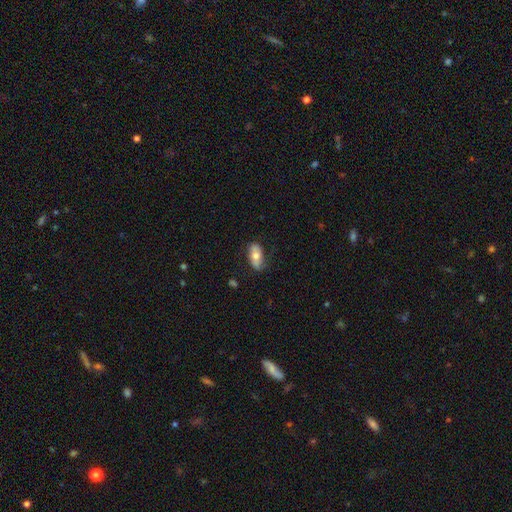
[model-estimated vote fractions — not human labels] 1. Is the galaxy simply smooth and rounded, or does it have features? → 58% smooth, 35% featured or disk, 6% star or artifact.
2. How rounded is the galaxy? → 90% in between, 5% round, 5% cigar-shaped.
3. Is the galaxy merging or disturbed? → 70% none, 22% minor disturbance, 6% major disturbance, 2% merger.